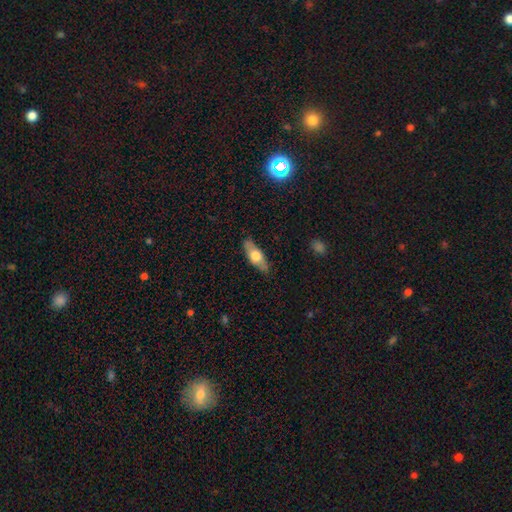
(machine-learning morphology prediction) smooth 58%, featured or disk 36%, star or artifact 6%. Down the decision tree: how rounded — in between (63%); merging — none (85%).